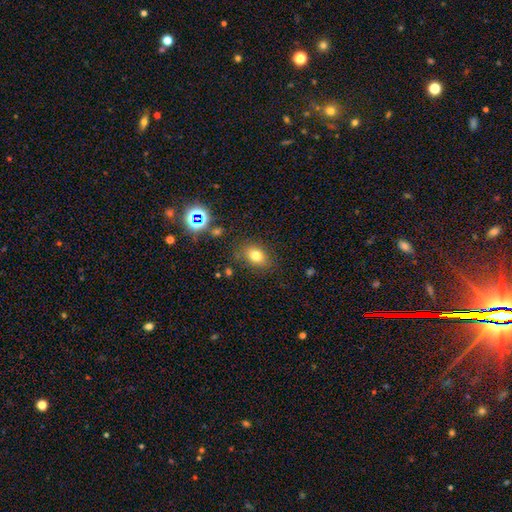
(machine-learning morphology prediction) Q: Smooth or featured?
A: smooth (77%); runner-up: star or artifact (14%)
Q: How rounded?
A: in between (70%); runner-up: round (28%)
Q: Merging?
A: none (80%); runner-up: minor disturbance (13%)